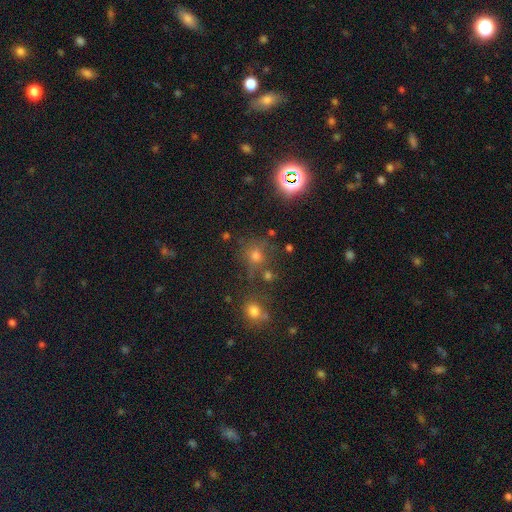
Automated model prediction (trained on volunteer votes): Smooth or featured? Predicted: smooth (p=0.55). How rounded? Predicted: round (p=0.87). Merging? Predicted: none (p=0.69).